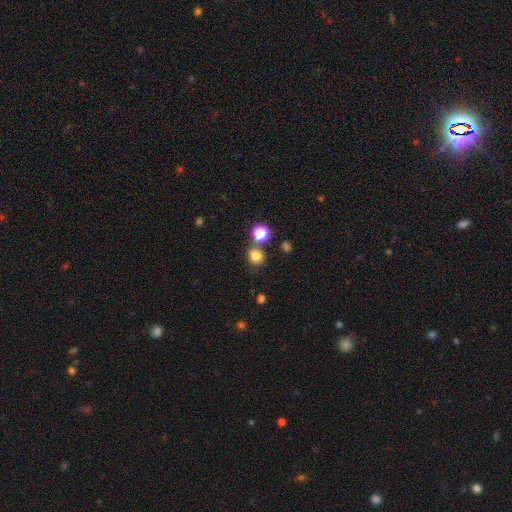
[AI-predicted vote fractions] Smooth or featured? Predicted: smooth (p=0.79). How rounded? Predicted: round (p=0.74). Merging? Predicted: none (p=0.68).